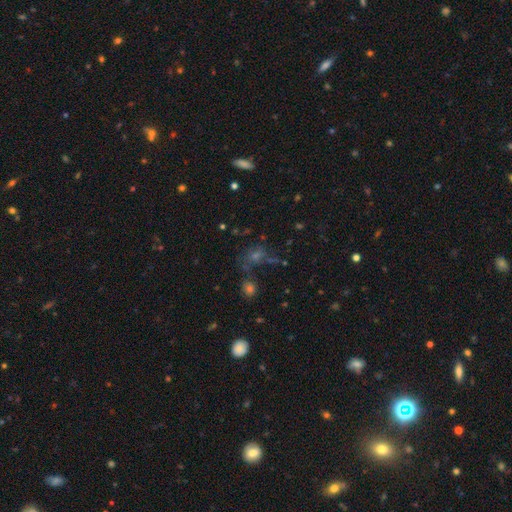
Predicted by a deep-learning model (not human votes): Morphology: type=star or artifact (42%).